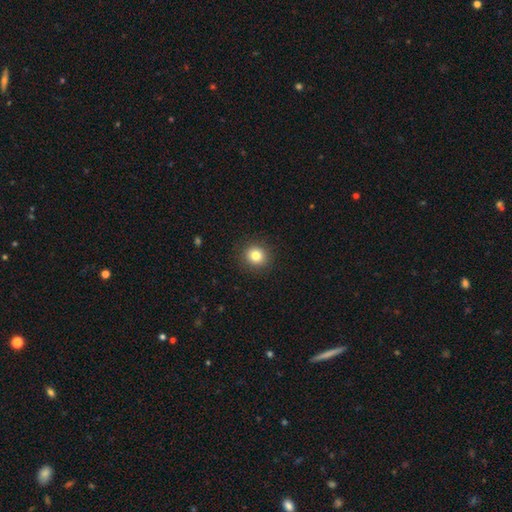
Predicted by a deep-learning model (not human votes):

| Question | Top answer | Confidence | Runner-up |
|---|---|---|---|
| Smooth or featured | smooth | 81% | star or artifact (11%) |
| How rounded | round | 89% | in between (10%) |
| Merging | none | 91% | minor disturbance (6%) |